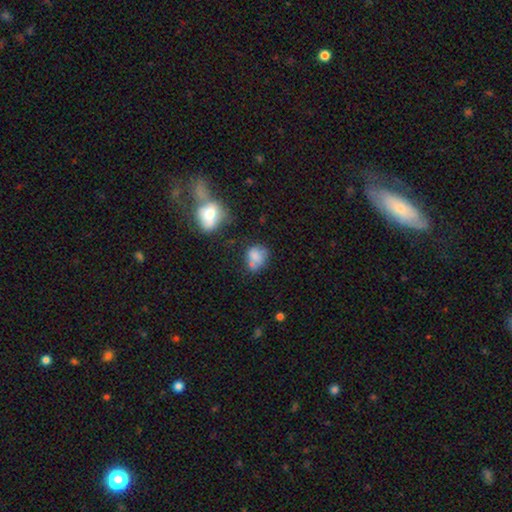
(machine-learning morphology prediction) type=smooth (69%); roundness=round (52%); merging=none (42%).